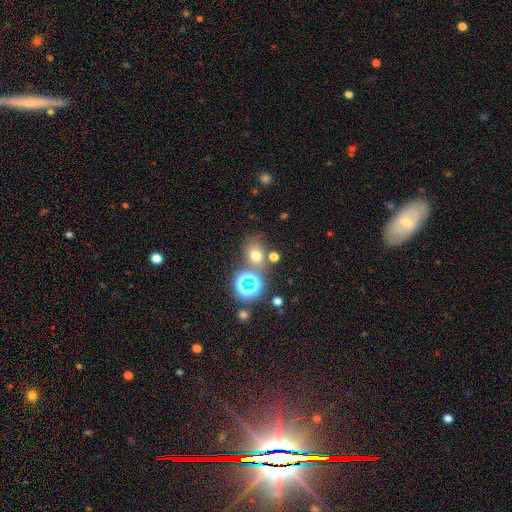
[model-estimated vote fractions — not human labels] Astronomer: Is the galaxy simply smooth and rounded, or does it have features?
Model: smooth — 62%.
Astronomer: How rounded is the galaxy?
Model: round — 56% (runner-up: in between, 43%).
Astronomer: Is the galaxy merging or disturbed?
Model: none — 66%.